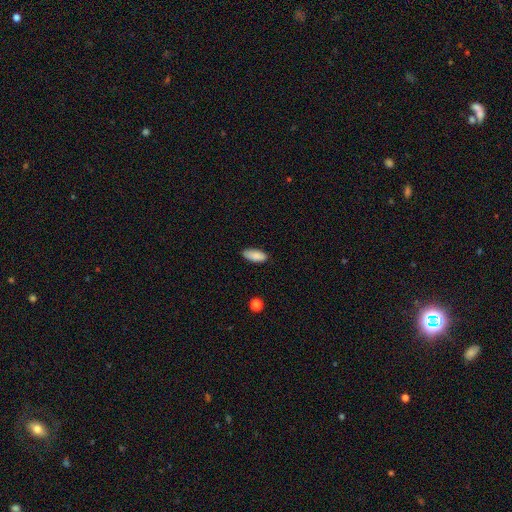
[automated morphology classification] A smooth galaxy with no disk features (88%) that is in between round and cigar-shaped (82%). Merging: none (82%).